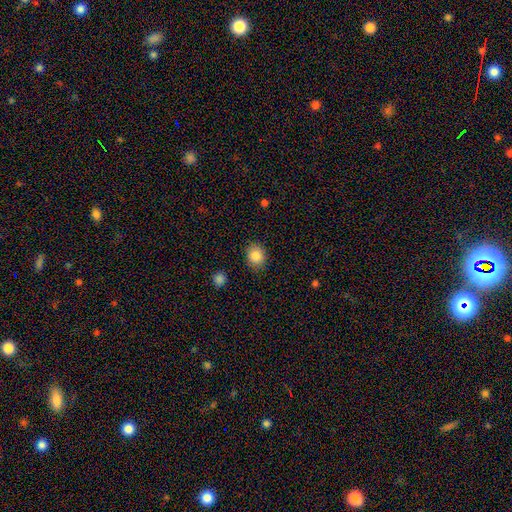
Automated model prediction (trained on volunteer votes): Morphology: type=smooth (86%); roundness=round (62%); merging=none (87%).